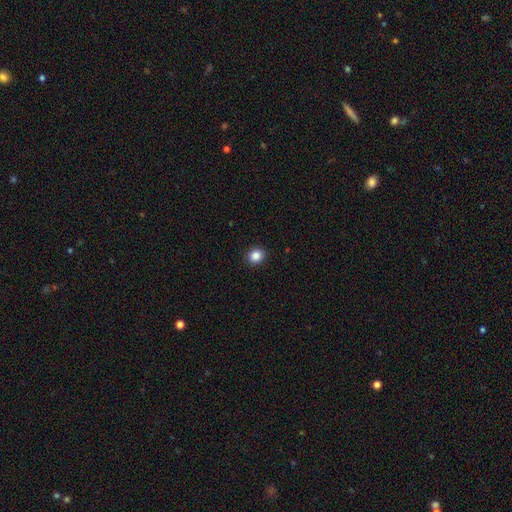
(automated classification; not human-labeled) Smooth or featured? Predicted: smooth (p=0.86). How rounded? Predicted: round (p=0.76). Merging? Predicted: none (p=0.92).